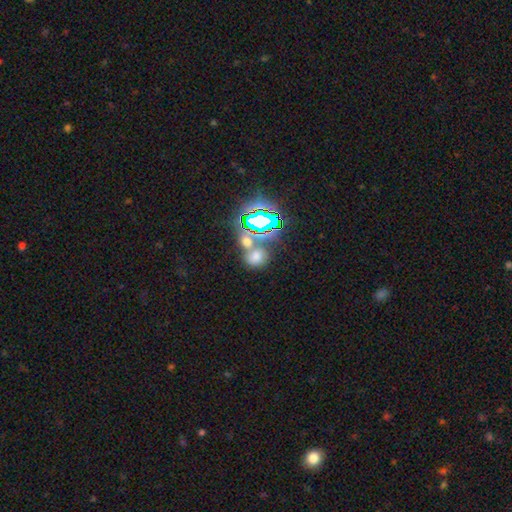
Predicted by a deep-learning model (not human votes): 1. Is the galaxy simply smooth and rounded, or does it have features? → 54% smooth, 34% star or artifact, 12% featured or disk.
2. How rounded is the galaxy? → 60% round, 38% in between, 2% cigar-shaped.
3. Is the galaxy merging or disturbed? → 48% none, 38% merger, 9% minor disturbance, 5% major disturbance.